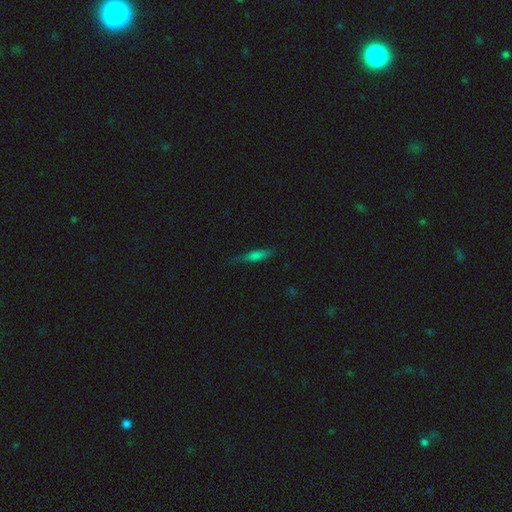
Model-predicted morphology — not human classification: Smooth or featured?
  - smooth: 69% *
  - featured or disk: 21%
  - star or artifact: 10%
How rounded?
  - cigar-shaped: 70% *
  - in between: 27%
  - round: 3%
Merging?
  - none: 68% *
  - minor disturbance: 25%
  - major disturbance: 5%
  - merger: 2%